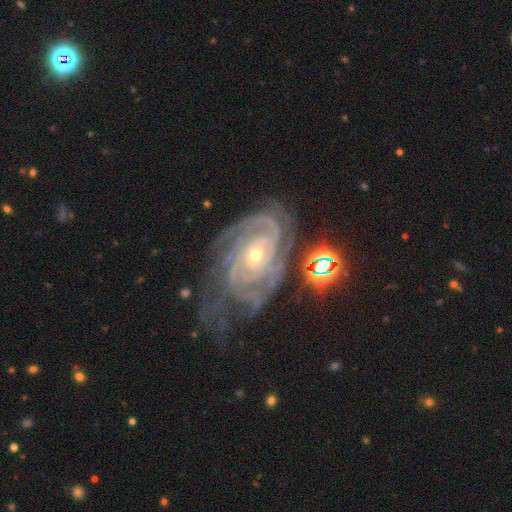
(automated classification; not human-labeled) smooth_or_featured: featured or disk (p=0.90) [alt: star or artifact p=0.06]
disk_edge_on: no (p=0.97) [alt: yes p=0.03]
bar: no (p=0.68) [alt: weak p=0.22]
has_spiral_arms: yes (p=0.98) [alt: no p=0.02]
spiral_winding: tight (p=0.75) [alt: medium p=0.21]
spiral_arm_count: 3 (p=0.23) [tied with: can't tell p=0.23]
bulge_size: small (p=0.68) [alt: moderate p=0.29]
merging: none (p=0.53) [alt: minor disturbance p=0.24]